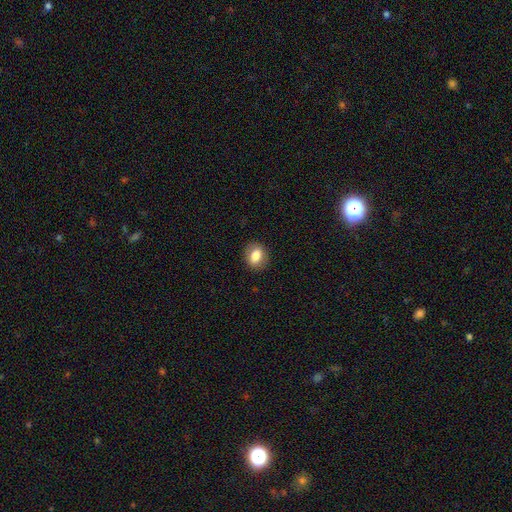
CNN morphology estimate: This appears to be a smooth galaxy with no disk features (79%) that is in between round and cigar-shaped (59%). Merging: none (87%).